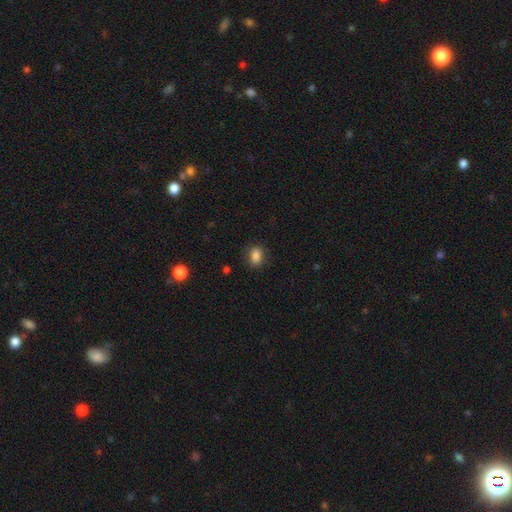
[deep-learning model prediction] This appears to be a smooth galaxy with no disk features (86%) that is in between round and cigar-shaped (71%). Merging: none (83%).